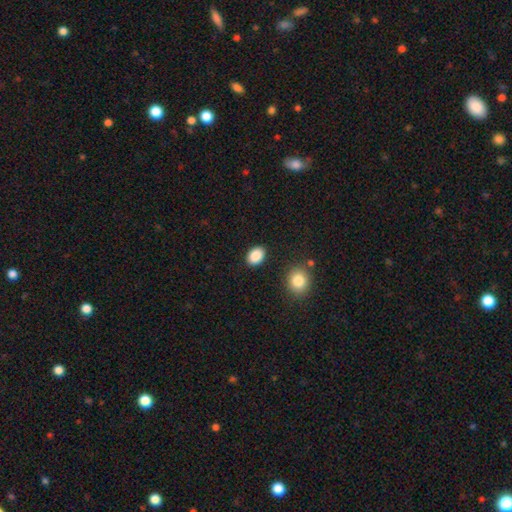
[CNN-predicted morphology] Smooth or featured?
  - smooth: 88% *
  - star or artifact: 8%
  - featured or disk: 4%
How rounded?
  - in between: 73% *
  - round: 26%
  - cigar-shaped: 1%
Merging?
  - none: 87% *
  - minor disturbance: 8%
  - major disturbance: 2%
  - merger: 2%